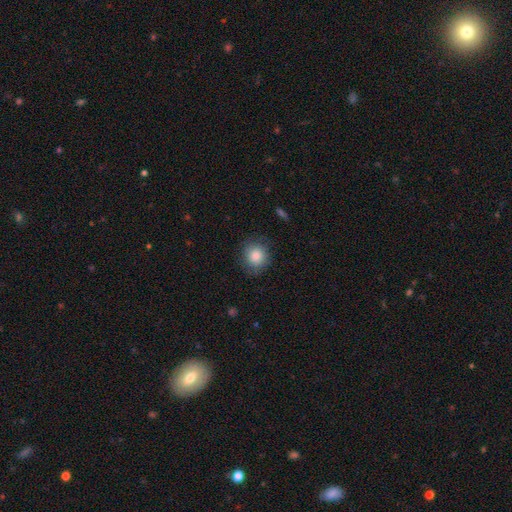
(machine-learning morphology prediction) smooth_or_featured: smooth (p=0.83) [alt: featured or disk p=0.08]
how_rounded: round (p=0.81) [alt: in between p=0.18]
merging: none (p=0.80) [alt: minor disturbance p=0.15]